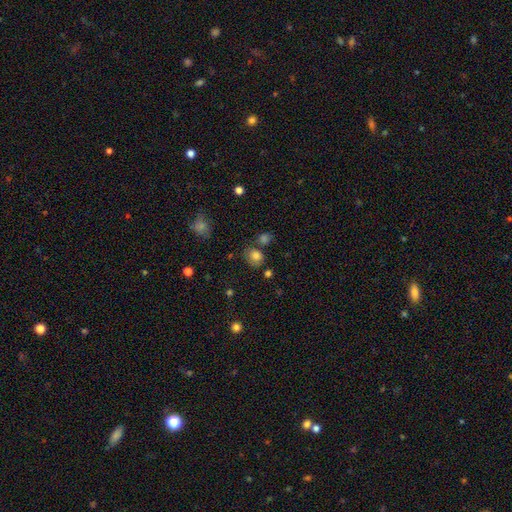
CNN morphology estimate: This appears to be a smooth galaxy with no disk features (80%) that is round (67%). Merging: none (71%).